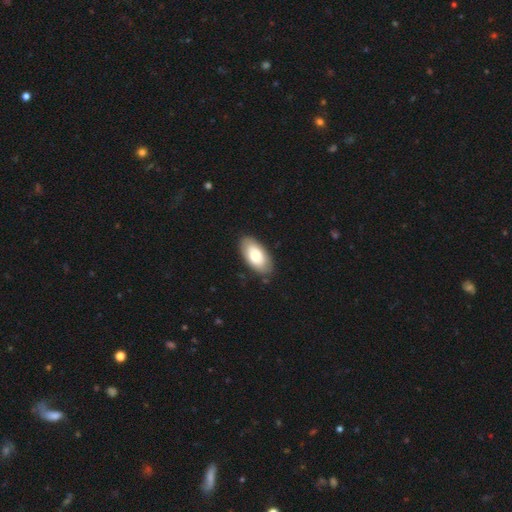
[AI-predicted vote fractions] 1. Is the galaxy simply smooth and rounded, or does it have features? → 68% smooth, 26% featured or disk, 5% star or artifact.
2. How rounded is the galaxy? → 94% in between, 3% cigar-shaped, 3% round.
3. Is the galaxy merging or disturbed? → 84% none, 12% minor disturbance, 3% major disturbance, 1% merger.